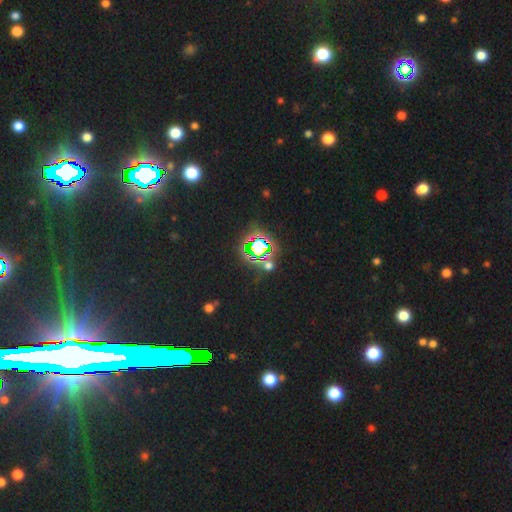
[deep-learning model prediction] Morphology: type=star or artifact (80%).